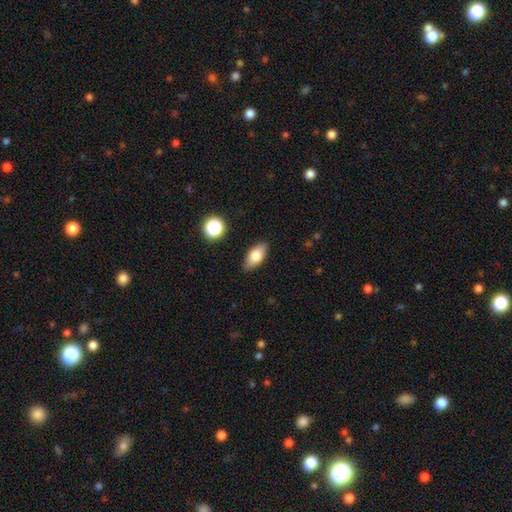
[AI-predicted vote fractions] smooth-or-featured: smooth: 76% | featured or disk: 16% | star or artifact: 8%
  how-rounded: in between: 88% | cigar-shaped: 8% | round: 4%
  merging: none: 88% | minor disturbance: 9% | major disturbance: 2% | merger: 1%